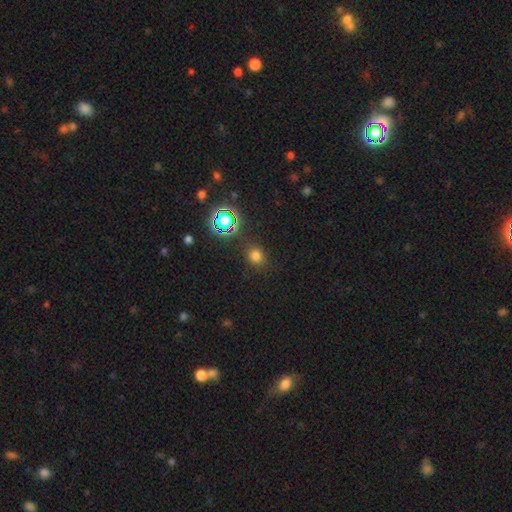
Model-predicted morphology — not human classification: Smooth or featured? Predicted: smooth (p=0.71). How rounded? Predicted: round (p=0.78). Merging? Predicted: none (p=0.83).